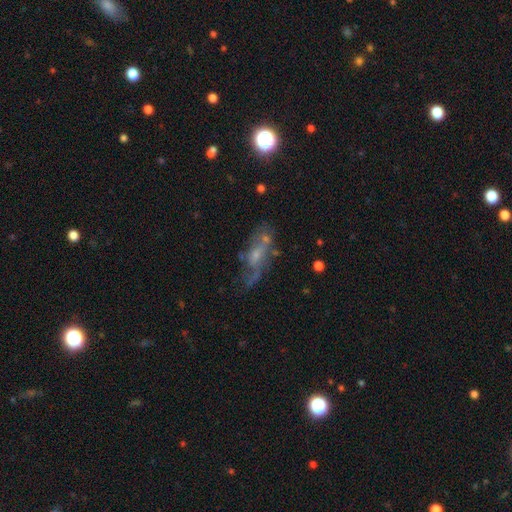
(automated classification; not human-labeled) Smooth or featured? featured or disk (60%)
Edge-on disk? no (83%)
Merging? none (45%)